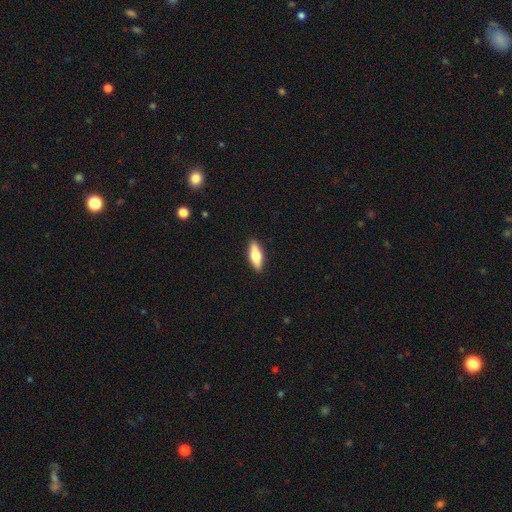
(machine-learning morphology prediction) Smooth or featured: smooth — 61% (featured or disk — 34%)
How rounded: in between — 59% (cigar-shaped — 38%)
Merging: none — 90% (minor disturbance — 7%)